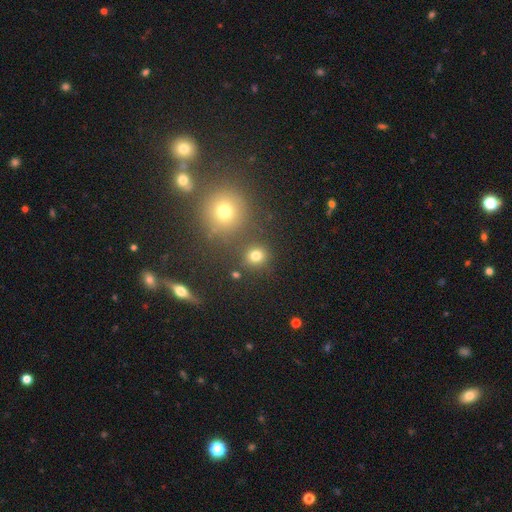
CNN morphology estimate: smooth 76%, star or artifact 18%, featured or disk 6%. Down the decision tree: how rounded — round (87%); merging — none (80%).